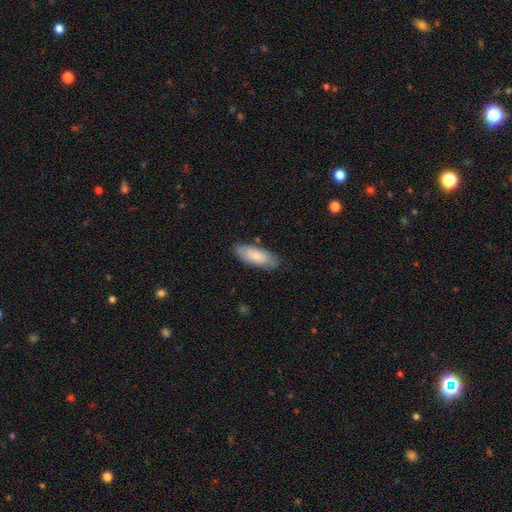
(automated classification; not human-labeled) smooth-or-featured: smooth: 79% | featured or disk: 16% | star or artifact: 6%
  how-rounded: in between: 72% | cigar-shaped: 27% | round: 2%
  merging: none: 81% | minor disturbance: 15% | major disturbance: 3% | merger: 2%